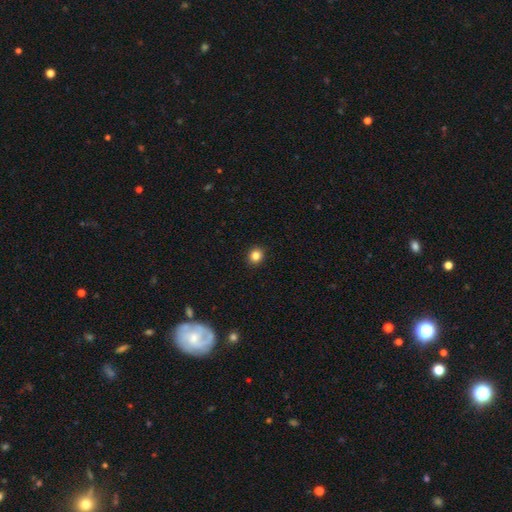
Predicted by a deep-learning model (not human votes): Smooth or featured? smooth (84%)
How rounded? round (81%)
Merging? none (92%)